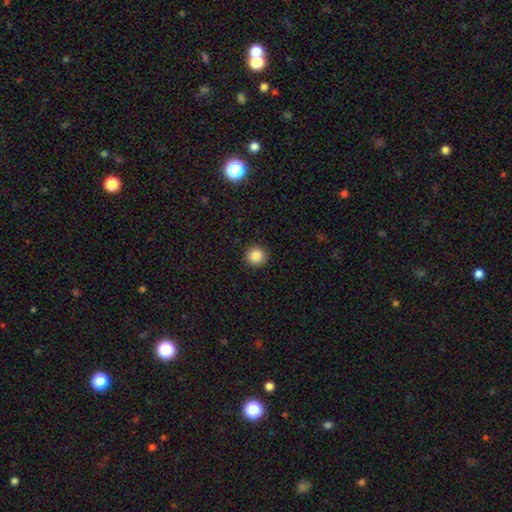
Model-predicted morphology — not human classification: type=smooth (87%); roundness=round (95%); merging=none (93%).